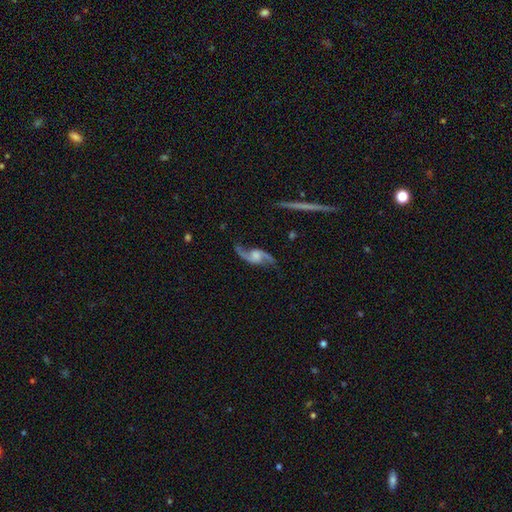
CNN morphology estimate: type=featured or disk (89%); edge-on=no (94%); bar=no (56%); spiral arms=yes (97%); winding=loose (79%); arm count=2 (94%); bulge=moderate (30%); merging=none (78%).